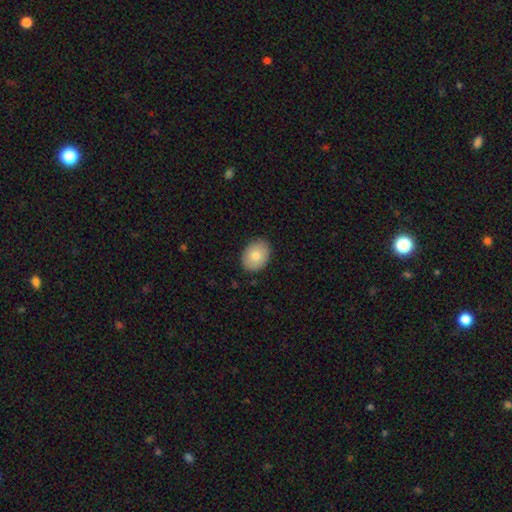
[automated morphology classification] Smooth or featured: smooth — 78% (featured or disk — 14%)
How rounded: in between — 66% (round — 33%)
Merging: none — 88% (minor disturbance — 10%)